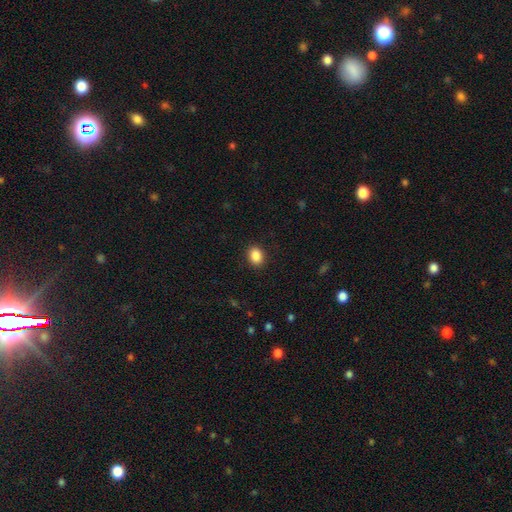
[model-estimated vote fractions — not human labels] A smooth galaxy with no disk features (88%) that is in between round and cigar-shaped (60%).

Vote fractions:
- Smooth or featured? smooth: 88% / star or artifact: 9% / featured or disk: 4%
- How rounded? in between: 60% / round: 39% / cigar-shaped: 1%
- Merging? none: 90% / minor disturbance: 7% / major disturbance: 2% / merger: 1%